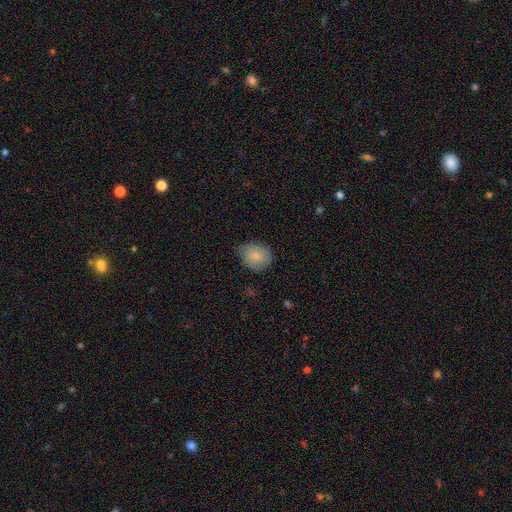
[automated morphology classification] smooth-or-featured: smooth: 81% | featured or disk: 11% | star or artifact: 7%
  how-rounded: round: 60% | in between: 39% | cigar-shaped: 1%
  merging: none: 60% | minor disturbance: 33% | major disturbance: 6% | merger: 1%